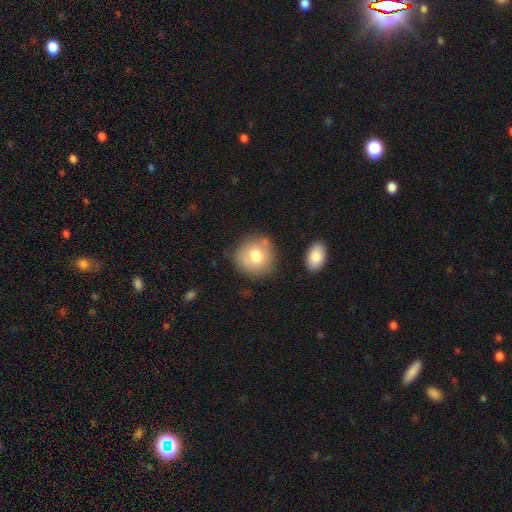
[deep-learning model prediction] Smooth or featured? smooth (74%)
How rounded? round (86%)
Merging? none (72%)